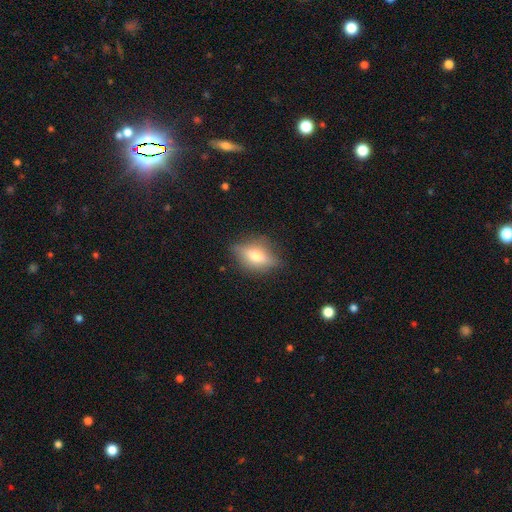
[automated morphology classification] smooth_or_featured: smooth (p=0.46) [alt: featured or disk p=0.45]
merging: none (p=0.77) [alt: minor disturbance p=0.17]